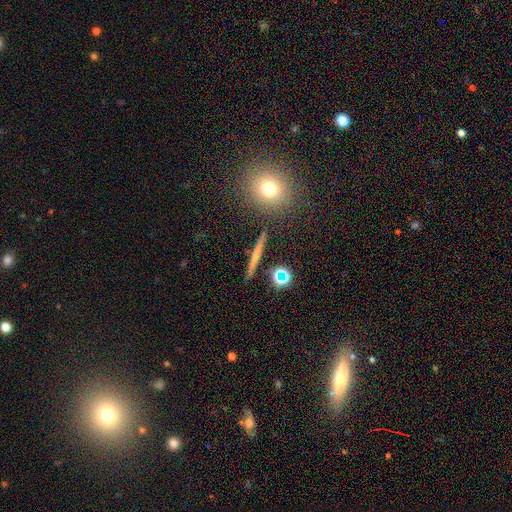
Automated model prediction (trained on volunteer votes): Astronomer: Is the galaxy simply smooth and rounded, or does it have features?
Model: featured or disk — 46% (runner-up: smooth, 41%).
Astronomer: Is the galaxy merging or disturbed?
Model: none — 90%.